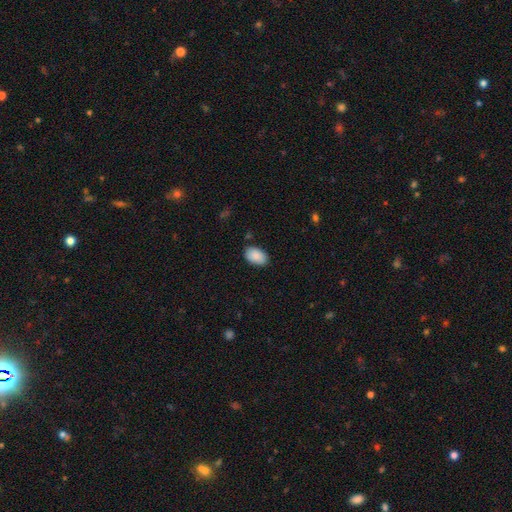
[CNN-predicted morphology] Smooth or featured?
  - smooth: 89% *
  - star or artifact: 7%
  - featured or disk: 4%
How rounded?
  - in between: 91% *
  - round: 8%
  - cigar-shaped: 1%
Merging?
  - none: 84% *
  - minor disturbance: 12%
  - major disturbance: 2%
  - merger: 1%